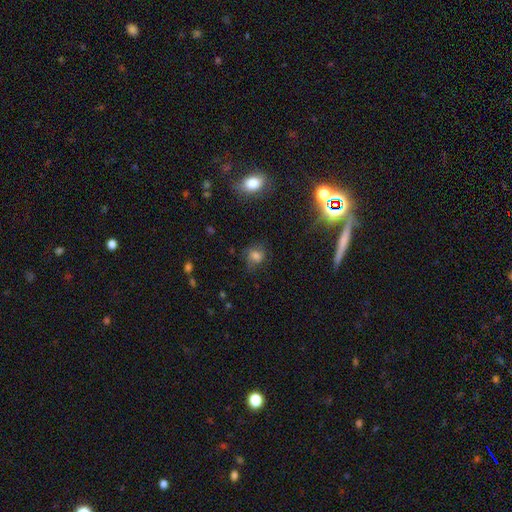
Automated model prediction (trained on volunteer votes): smooth-or-featured: smooth: 57% | featured or disk: 25% | star or artifact: 18%
  how-rounded: round: 61% | in between: 38% | cigar-shaped: 1%
  merging: none: 61% | minor disturbance: 24% | major disturbance: 14% | merger: 2%